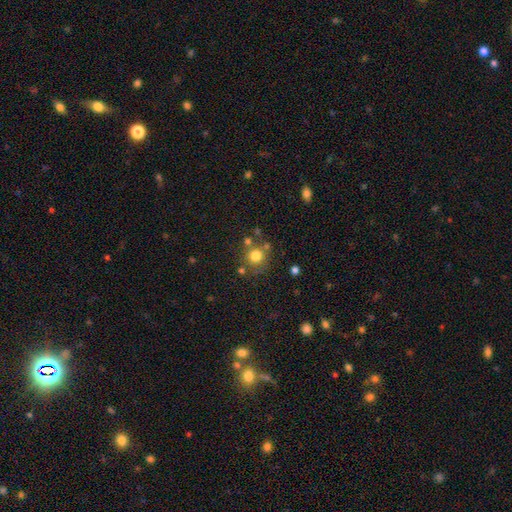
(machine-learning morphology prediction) This is likely a smooth galaxy (76%). How rounded: clearly round (91%). Merging: likely none (71%).